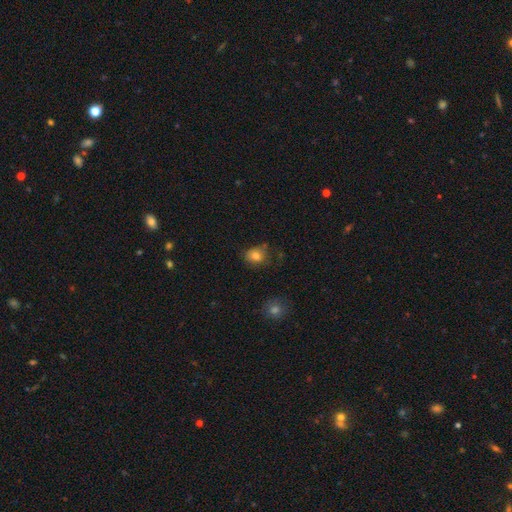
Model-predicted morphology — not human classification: smooth 81%, star or artifact 11%, featured or disk 8%. Down the decision tree: how rounded — round (65%); merging — none (65%).